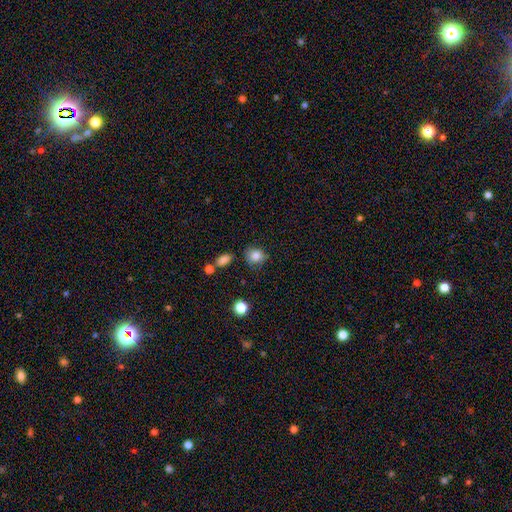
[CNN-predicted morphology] This is clearly a smooth galaxy (83%). How rounded: likely round (73%). Merging: likely none (76%).